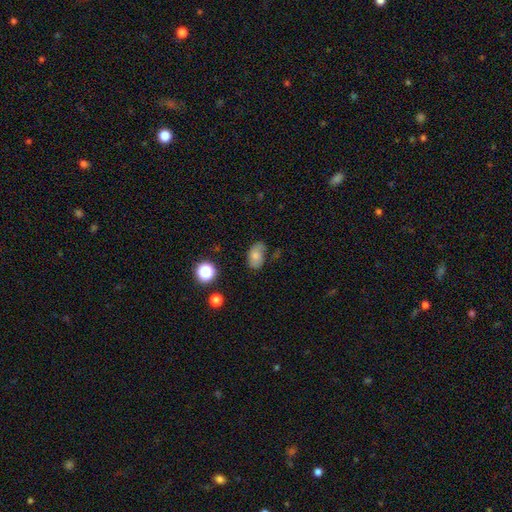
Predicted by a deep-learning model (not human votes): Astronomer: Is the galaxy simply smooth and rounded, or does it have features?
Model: smooth — 74%.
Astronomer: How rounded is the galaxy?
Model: in between — 87%.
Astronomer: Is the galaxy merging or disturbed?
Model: none — 66%.